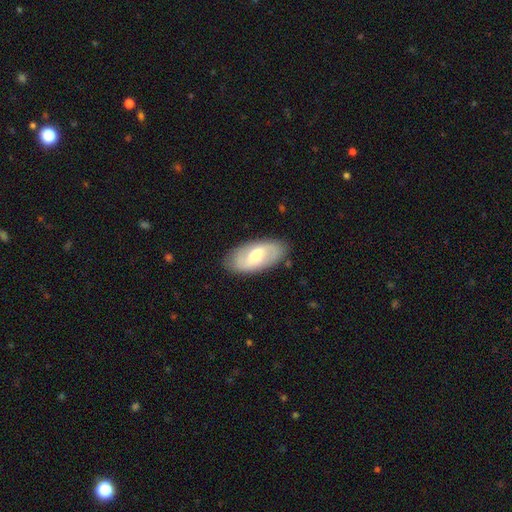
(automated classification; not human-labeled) featured or disk 55%, smooth 39%, star or artifact 6%. Down the decision tree: edge-on disk — no (91%); bar — weak (51%); spiral arms — yes (72%); bulge size — moderate (65%); merging — none (84%).